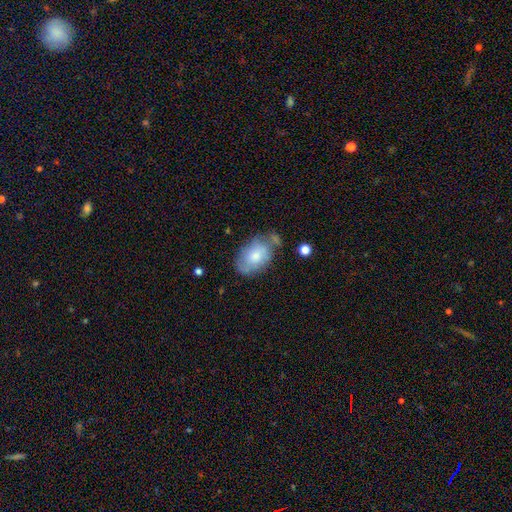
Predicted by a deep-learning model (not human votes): smooth 65%, featured or disk 28%, star or artifact 7%. Down the decision tree: how rounded — in between (85%); merging — none (51%).